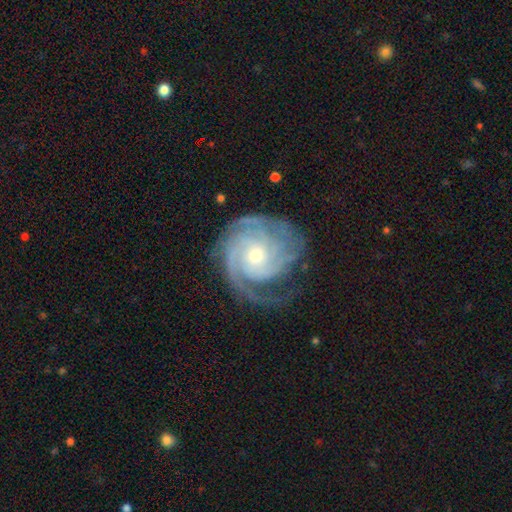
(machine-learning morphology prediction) This is clearly a featured or disk galaxy (91%). It is clearly not viewed edge-on (98%). Bar: likely no (73%). Spiral arm pattern: clearly yes (98%). Spiral arm count: marginally 3 (30%). Spiral winding: likely tight (72%). Central bulge: possibly small (59%). Merging: likely none (71%).